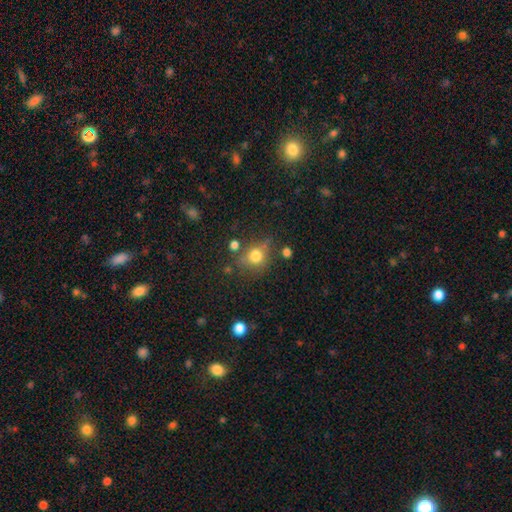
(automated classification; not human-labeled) Overall: smooth (75%). How rounded: round (77%). Merging: none (65%).